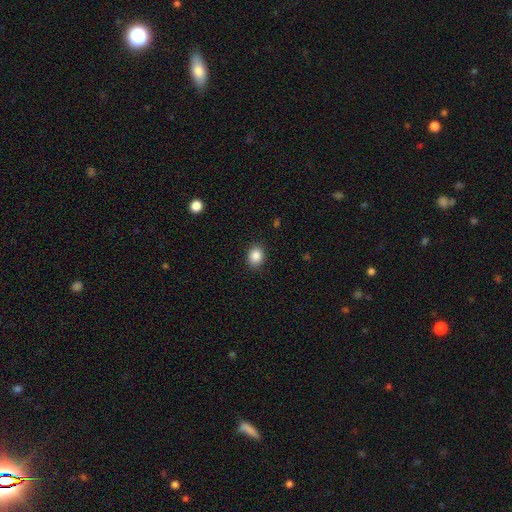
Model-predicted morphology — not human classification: The model was most divided on "how rounded": round: 51%, in between: 48%, cigar-shaped: 1%. More confident: merging — none (88%); smooth or featured — smooth (87%).